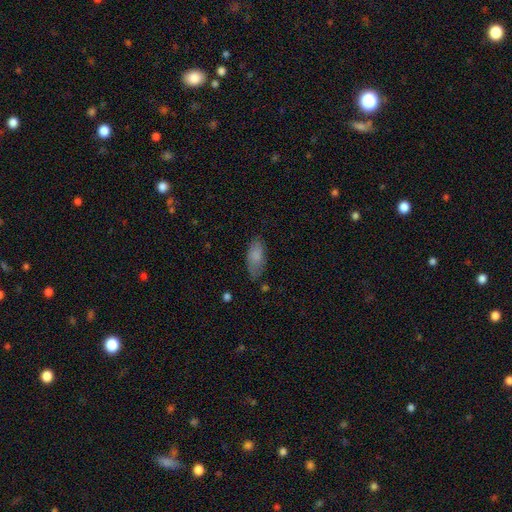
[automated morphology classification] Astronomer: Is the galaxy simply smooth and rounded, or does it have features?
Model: smooth — 82%.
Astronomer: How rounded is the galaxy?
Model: in between — 87%.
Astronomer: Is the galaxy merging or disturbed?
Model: none — 69%.